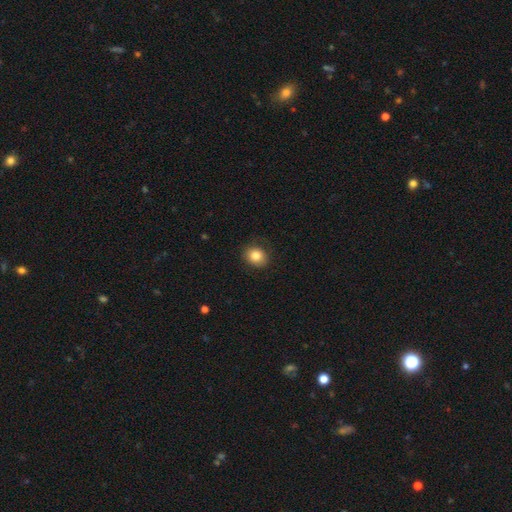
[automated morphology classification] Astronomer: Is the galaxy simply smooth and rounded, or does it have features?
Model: smooth — 82%.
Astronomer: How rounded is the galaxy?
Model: round — 67%.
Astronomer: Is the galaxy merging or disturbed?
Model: none — 84%.